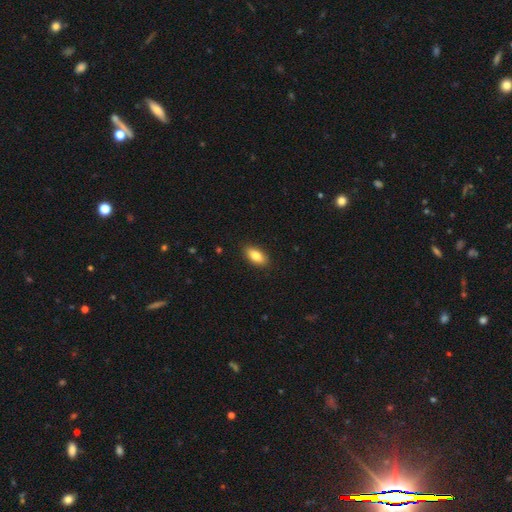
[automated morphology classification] Smooth or featured: smooth — 84% (featured or disk — 9%)
How rounded: in between — 90% (cigar-shaped — 6%)
Merging: none — 89% (minor disturbance — 8%)